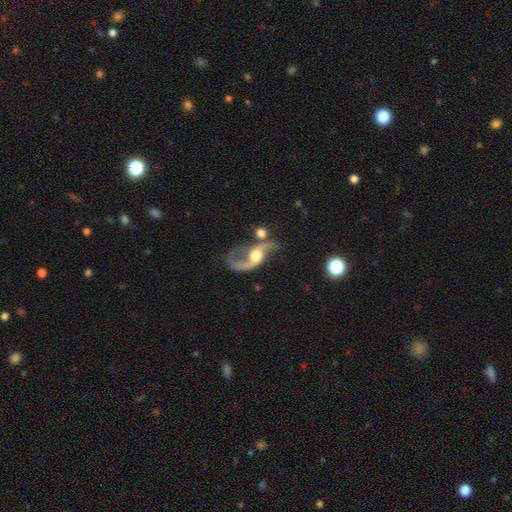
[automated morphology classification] Q: Smooth or featured?
A: featured or disk (88%); runner-up: smooth (7%)
Q: Edge-on disk?
A: no (95%); runner-up: yes (5%)
Q: Bar?
A: no (58%); runner-up: weak (30%)
Q: Spiral arms?
A: yes (95%); runner-up: no (5%)
Q: Spiral winding?
A: loose (75%); runner-up: medium (21%)
Q: Spiral arm count?
A: 2 (90%); runner-up: 1 (5%)
Q: Bulge size?
A: moderate (62%); runner-up: large (20%)
Q: Merging?
A: none (48%); runner-up: merger (18%)